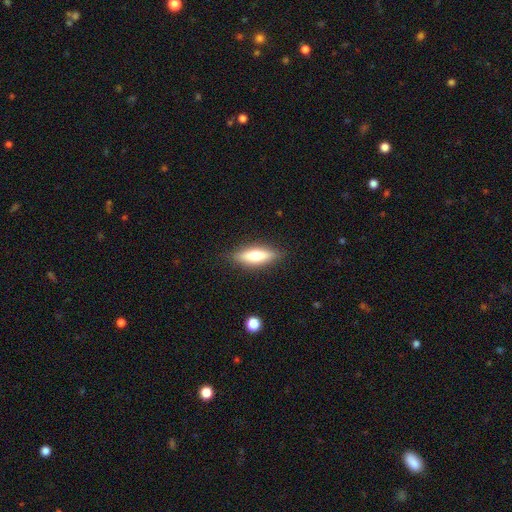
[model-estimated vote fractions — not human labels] This is likely a smooth galaxy (62%). How rounded: possibly cigar-shaped (51%). Merging: clearly none (87%).